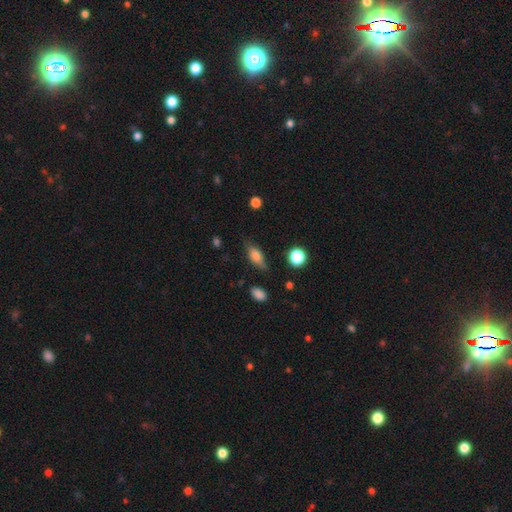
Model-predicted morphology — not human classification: Smooth or featured? Predicted: smooth (p=0.70). How rounded? Predicted: in between (p=0.76). Merging? Predicted: none (p=0.71).